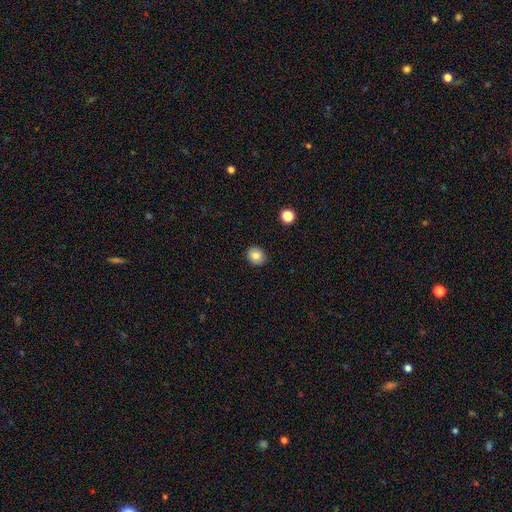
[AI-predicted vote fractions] Smooth or featured: smooth — 81% (star or artifact — 10%)
How rounded: round — 79% (in between — 20%)
Merging: none — 91% (minor disturbance — 7%)